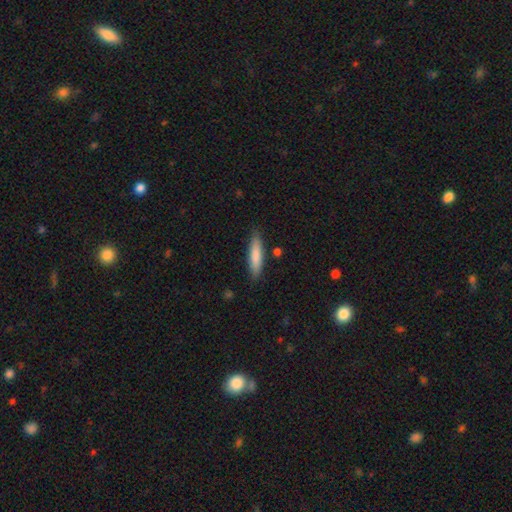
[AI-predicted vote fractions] Morphology: type=smooth (82%); roundness=cigar-shaped (79%); merging=none (85%).